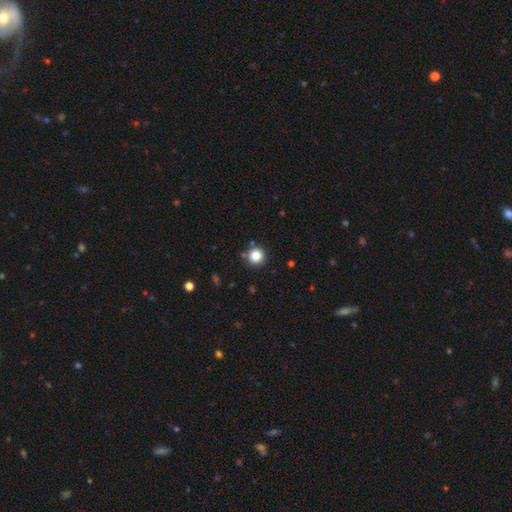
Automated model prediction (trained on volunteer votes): Smooth or featured? Predicted: smooth (p=0.84). How rounded? Predicted: round (p=0.95). Merging? Predicted: none (p=0.87).